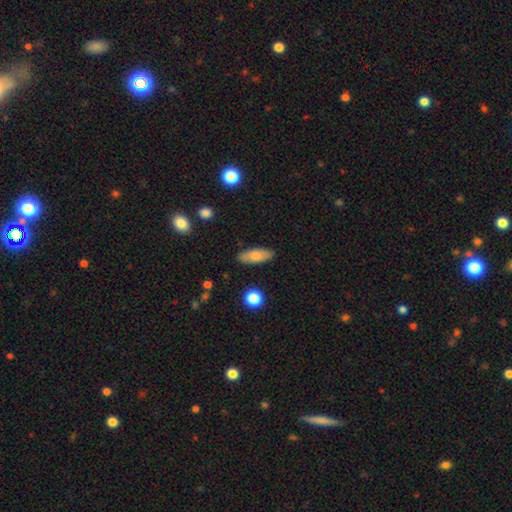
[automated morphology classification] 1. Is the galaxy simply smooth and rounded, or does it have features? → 74% smooth, 19% featured or disk, 7% star or artifact.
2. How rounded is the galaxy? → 71% in between, 26% cigar-shaped, 3% round.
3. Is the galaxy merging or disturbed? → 86% none, 10% minor disturbance, 2% major disturbance, 2% merger.